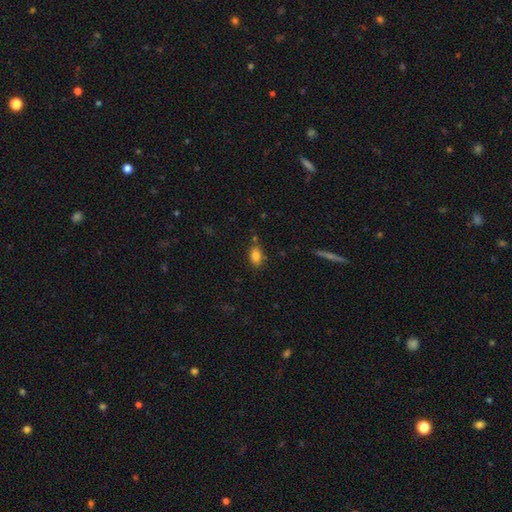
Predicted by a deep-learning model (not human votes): Overall: smooth (83%). How rounded: in between (87%). Merging: none (76%).